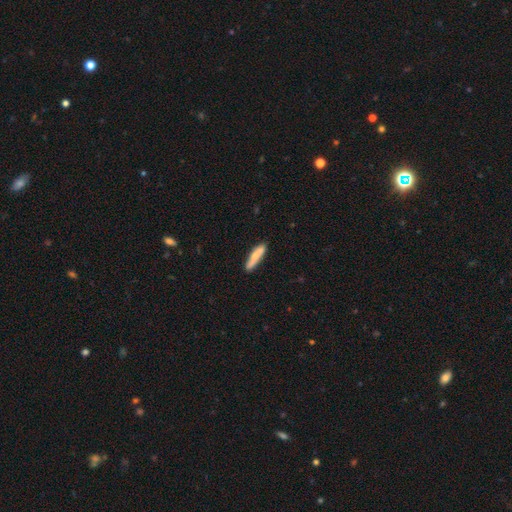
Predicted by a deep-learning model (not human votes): Morphology: type=smooth (70%); roundness=cigar-shaped (83%); merging=none (83%).